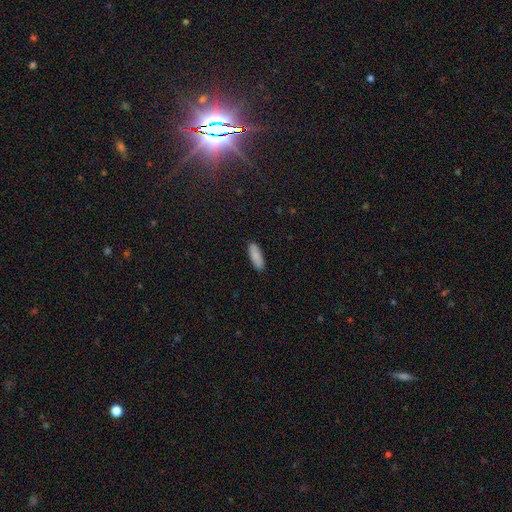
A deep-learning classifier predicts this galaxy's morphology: A smooth galaxy with no disk features (87%) that is in between round and cigar-shaped (64%). Merging: none (89%).